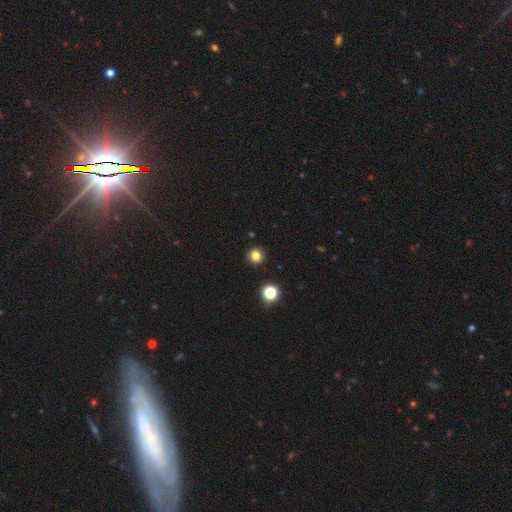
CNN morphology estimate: smooth_or_featured: smooth (p=0.80) [alt: star or artifact p=0.15]
how_rounded: round (p=0.94) [alt: in between p=0.05]
merging: none (p=0.92) [alt: minor disturbance p=0.05]